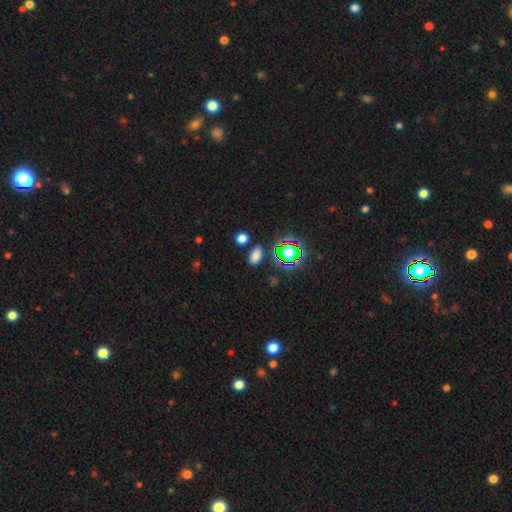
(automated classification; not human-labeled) Smooth or featured: smooth — 71% (star or artifact — 23%)
How rounded: in between — 85% (round — 12%)
Merging: none — 82% (minor disturbance — 9%)